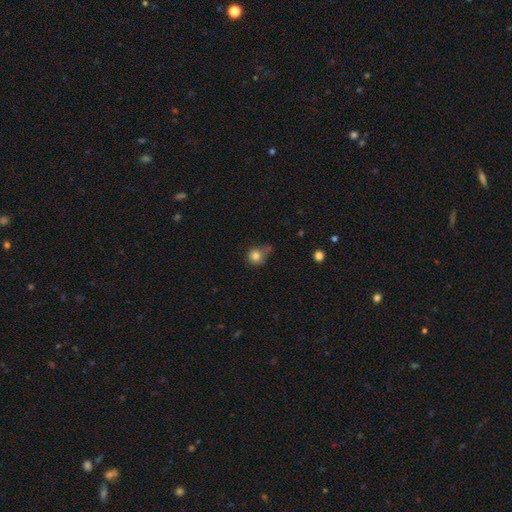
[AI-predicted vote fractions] smooth_or_featured: smooth (p=0.82) [alt: star or artifact p=0.11]
how_rounded: round (p=0.86) [alt: in between p=0.13]
merging: none (p=0.54) [alt: minor disturbance p=0.27]